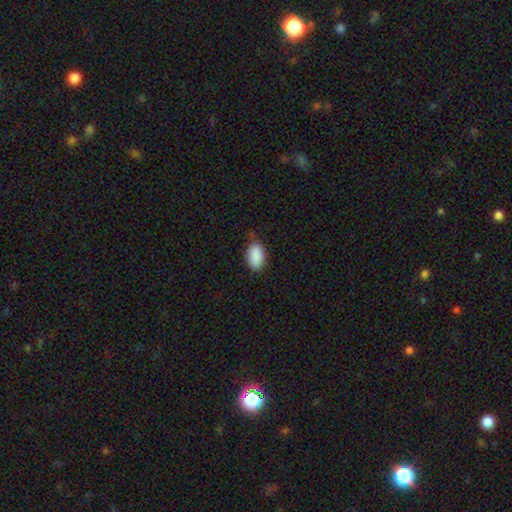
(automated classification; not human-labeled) smooth 90%, star or artifact 7%, featured or disk 3%. Down the decision tree: how rounded — in between (93%); merging — none (79%).